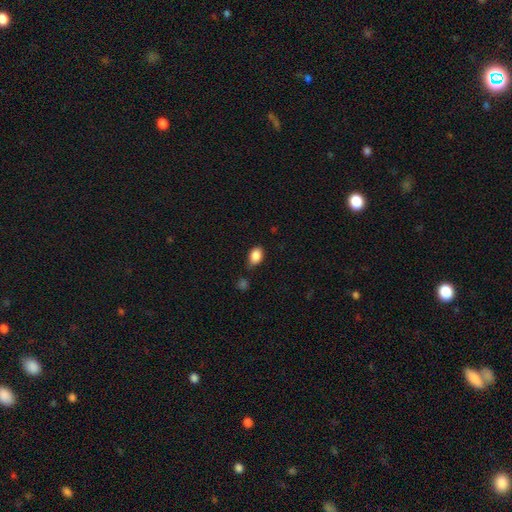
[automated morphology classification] Smooth or featured? Predicted: smooth (p=0.86). How rounded? Predicted: in between (p=0.78). Merging? Predicted: none (p=0.62).